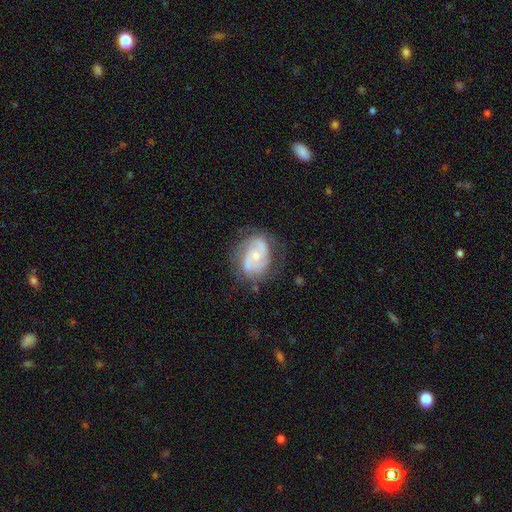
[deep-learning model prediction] Smooth or featured? Predicted: featured or disk (p=0.80). Edge-on disk? Predicted: no (p=0.97). Bar? Predicted: no (p=0.61). Spiral arms? Predicted: yes (p=0.91). Spiral winding? Predicted: medium (p=0.44). Spiral arm count? Predicted: 2 (p=0.66). Bulge size? Predicted: small (p=0.52). Merging? Predicted: none (p=0.68).